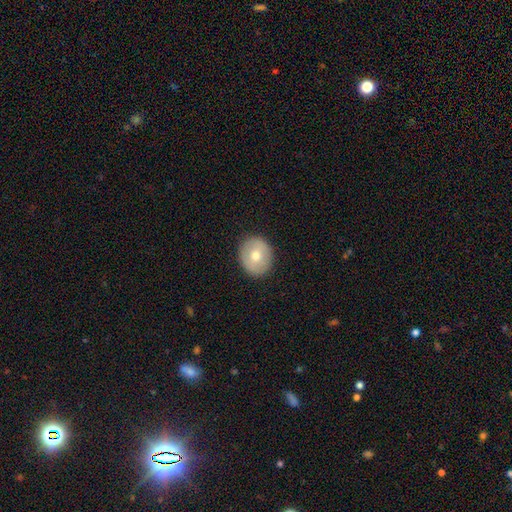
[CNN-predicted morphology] This is likely a smooth galaxy (65%). How rounded: likely round (74%). Merging: clearly none (90%).